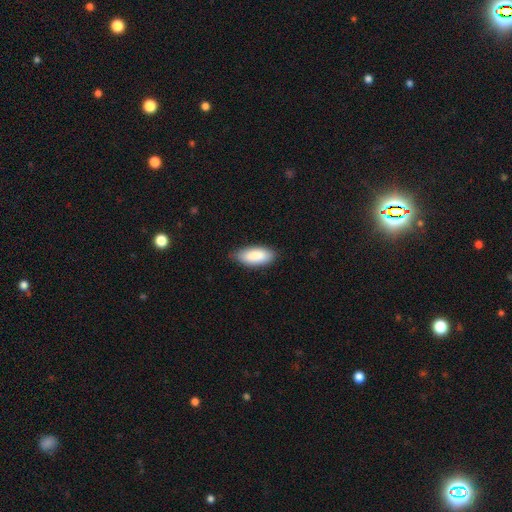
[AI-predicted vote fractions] A smooth galaxy with no disk features (89%) that is in between round and cigar-shaped (87%). Merging: none (79%).